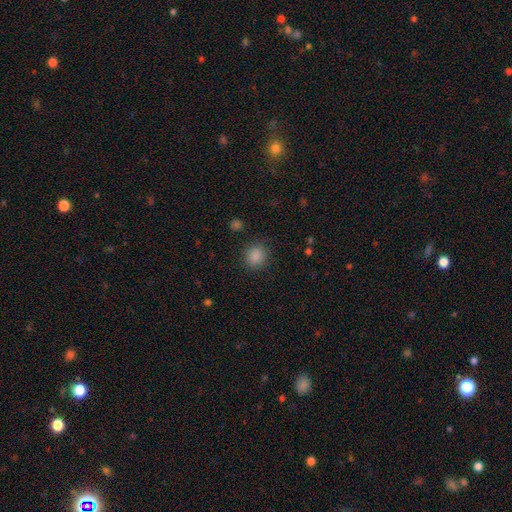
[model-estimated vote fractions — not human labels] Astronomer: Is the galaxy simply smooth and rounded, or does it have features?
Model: smooth — 86%.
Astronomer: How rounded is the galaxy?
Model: round — 86%.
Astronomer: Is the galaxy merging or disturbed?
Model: none — 88%.